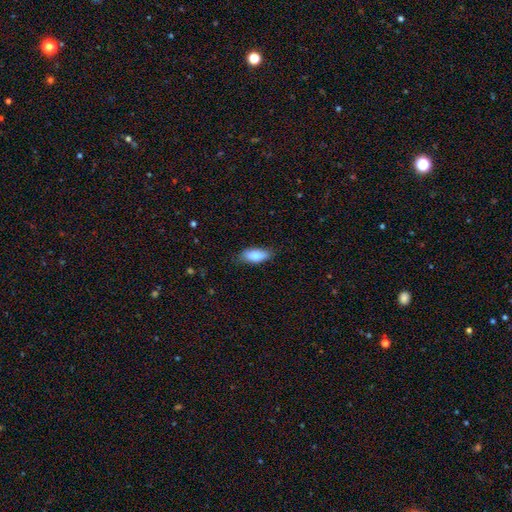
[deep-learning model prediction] Q: Smooth or featured?
A: smooth (79%); runner-up: featured or disk (14%)
Q: How rounded?
A: in between (81%); runner-up: cigar-shaped (17%)
Q: Merging?
A: none (83%); runner-up: minor disturbance (14%)